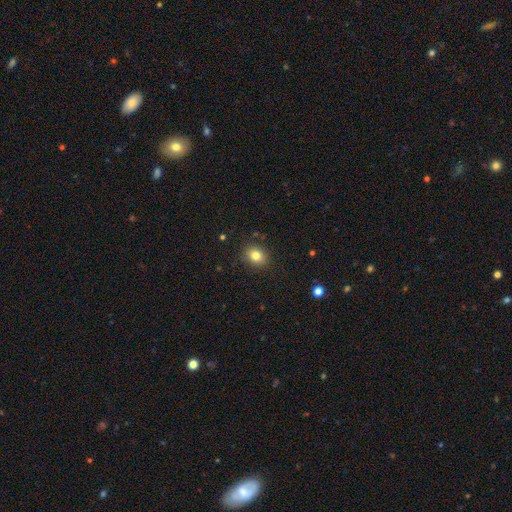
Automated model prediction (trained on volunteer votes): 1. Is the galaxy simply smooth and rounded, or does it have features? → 81% smooth, 11% star or artifact, 8% featured or disk.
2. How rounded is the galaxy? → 55% round, 44% in between, 1% cigar-shaped.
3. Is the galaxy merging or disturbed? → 88% none, 8% minor disturbance, 2% major disturbance, 1% merger.